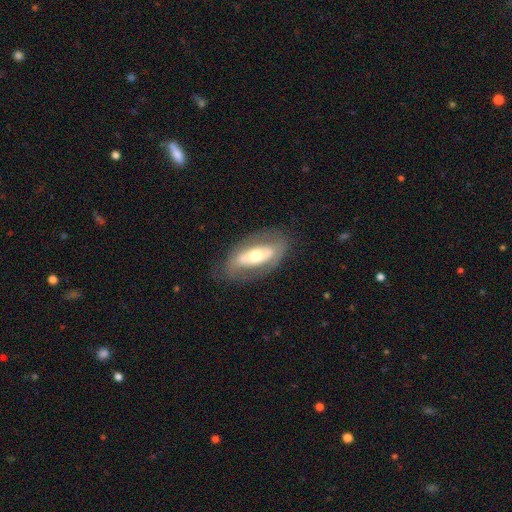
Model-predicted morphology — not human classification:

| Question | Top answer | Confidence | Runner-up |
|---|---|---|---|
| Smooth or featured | featured or disk | 58% | smooth (36%) |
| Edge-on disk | no | 83% | yes (17%) |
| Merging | none | 75% | minor disturbance (15%) |